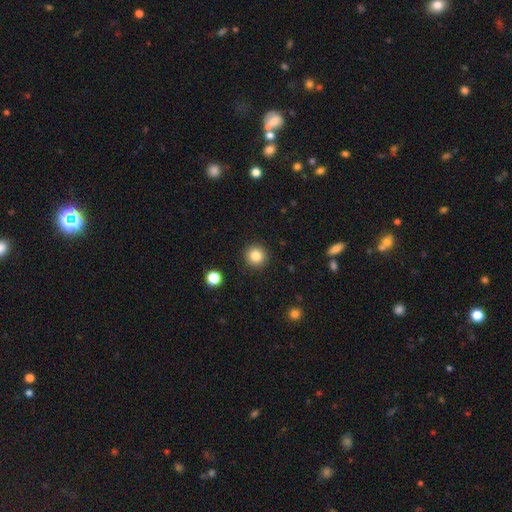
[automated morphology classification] type=smooth (84%); roundness=round (94%); merging=none (91%).